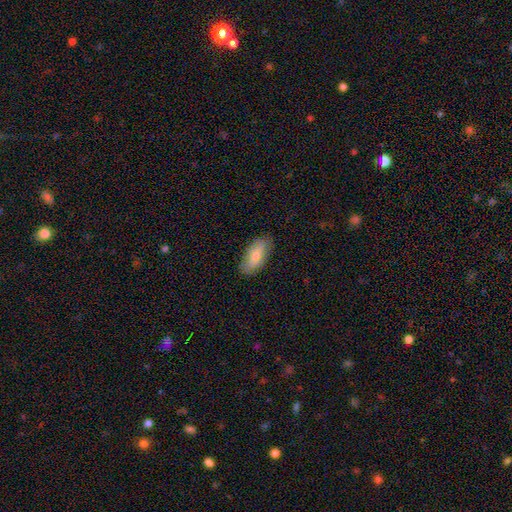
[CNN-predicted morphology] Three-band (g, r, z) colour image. It shows a smooth galaxy with no disk features (76%) that is in between round and cigar-shaped (87%). Merging: none (82%).